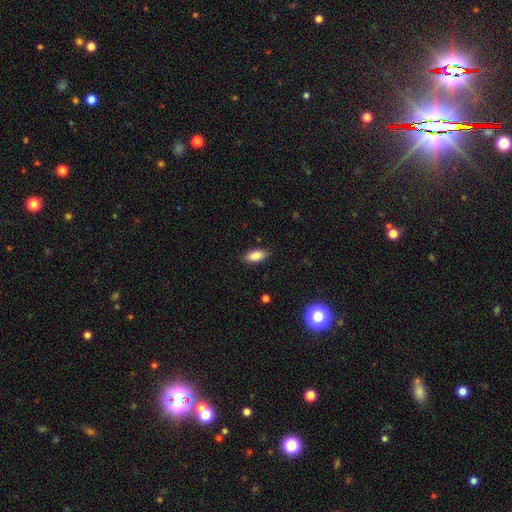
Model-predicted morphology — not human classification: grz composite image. It shows a smooth galaxy with no disk features (87%) that is in between round and cigar-shaped (87%). Merging: none (87%).